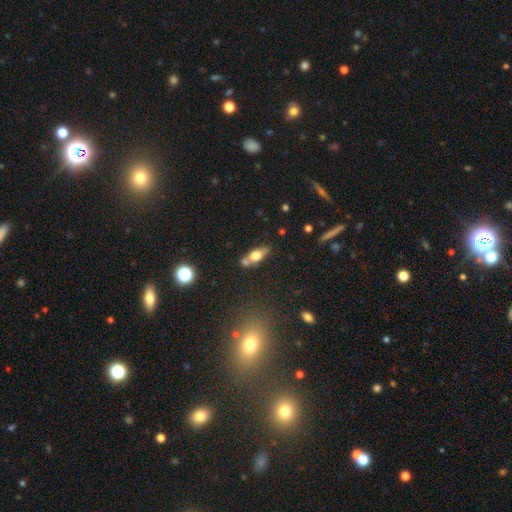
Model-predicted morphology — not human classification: Smooth or featured? Predicted: smooth (p=0.61). How rounded? Predicted: in between (p=0.71). Merging? Predicted: none (p=0.52).